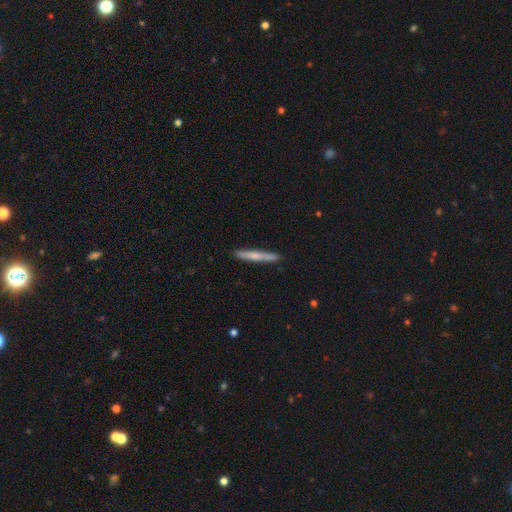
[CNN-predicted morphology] Smooth or featured? smooth (55%)
How rounded? cigar-shaped (95%)
Merging? none (91%)